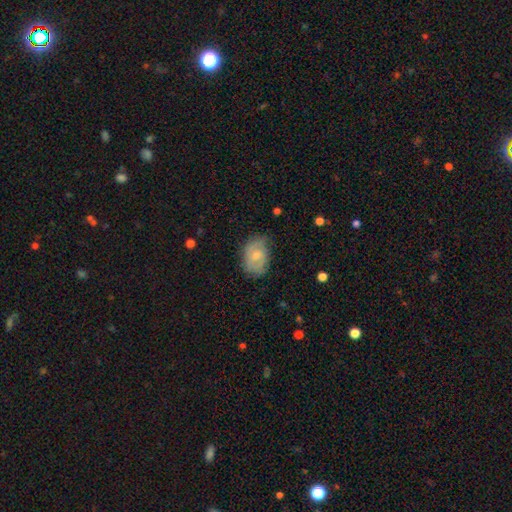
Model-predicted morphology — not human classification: type=featured or disk (47%); merging=none (65%).